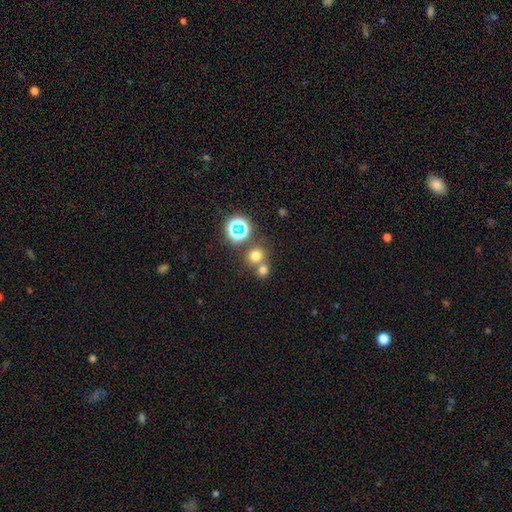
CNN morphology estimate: smooth-or-featured: smooth: 68% | star or artifact: 24% | featured or disk: 8%
  how-rounded: round: 86% | in between: 13% | cigar-shaped: 1%
  merging: none: 58% | merger: 32% | minor disturbance: 7% | major disturbance: 3%